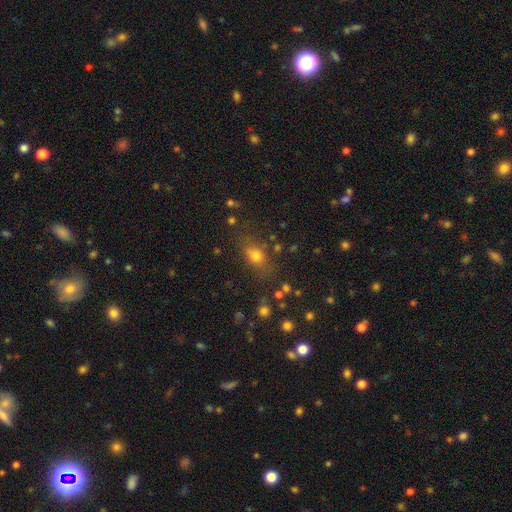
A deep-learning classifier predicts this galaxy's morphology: smooth_or_featured: smooth (p=0.69) [alt: star or artifact p=0.19]
how_rounded: in between (p=0.60) [alt: round p=0.32]
merging: none (p=0.74) [alt: minor disturbance p=0.15]